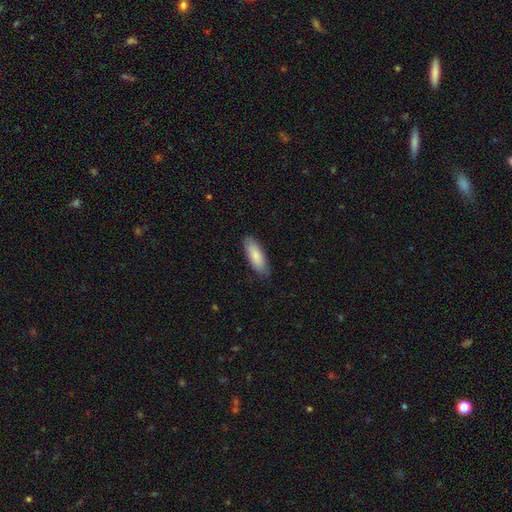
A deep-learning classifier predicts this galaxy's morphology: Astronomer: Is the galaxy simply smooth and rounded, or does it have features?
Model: smooth — 86%.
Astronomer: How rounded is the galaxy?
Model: in between — 65%.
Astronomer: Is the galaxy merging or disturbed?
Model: none — 85%.